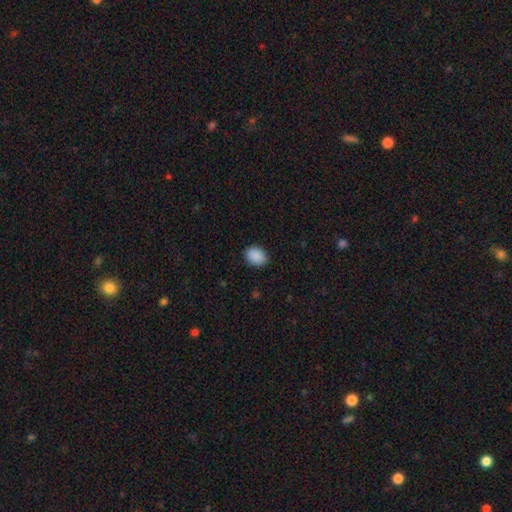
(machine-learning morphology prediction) type=smooth (90%); roundness=in between (64%); merging=none (87%).